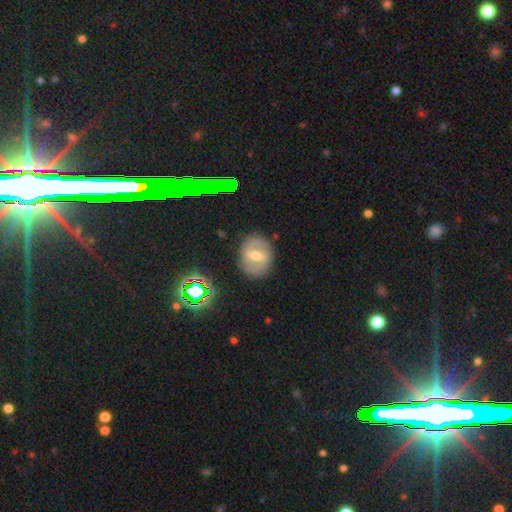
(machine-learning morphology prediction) Smooth or featured? Predicted: featured or disk (p=0.66). Edge-on disk? Predicted: no (p=0.95). Bar? Predicted: weak (p=0.49). Spiral arms? Predicted: yes (p=0.75). Bulge size? Predicted: moderate (p=0.62). Merging? Predicted: none (p=0.83).